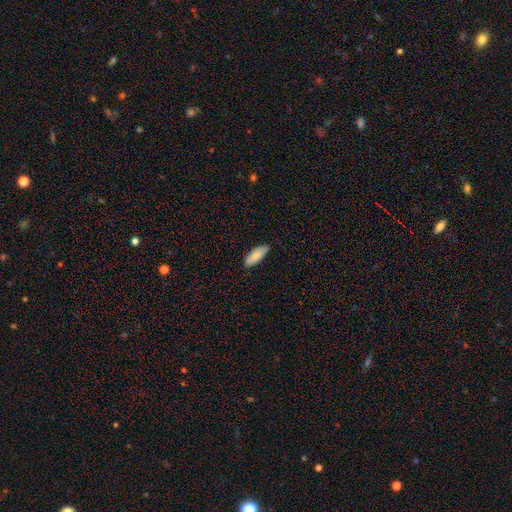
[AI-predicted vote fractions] This is clearly a smooth galaxy (87%). How rounded: likely in between (65%). Merging: clearly none (87%).